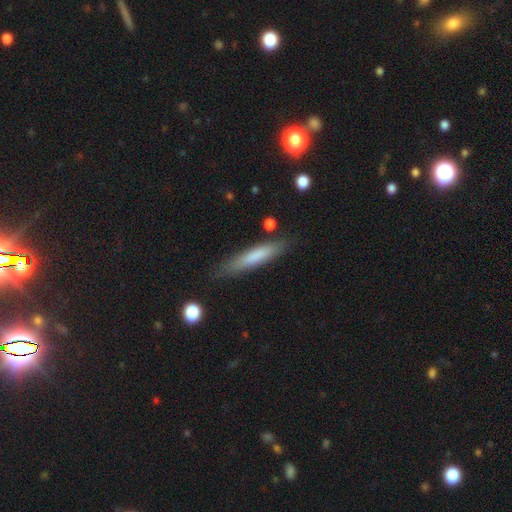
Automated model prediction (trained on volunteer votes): Smooth or featured?
  - smooth: 72% *
  - featured or disk: 21%
  - star or artifact: 6%
How rounded?
  - cigar-shaped: 88% *
  - in between: 11%
  - round: 1%
Merging?
  - none: 80% *
  - minor disturbance: 14%
  - major disturbance: 3%
  - merger: 2%